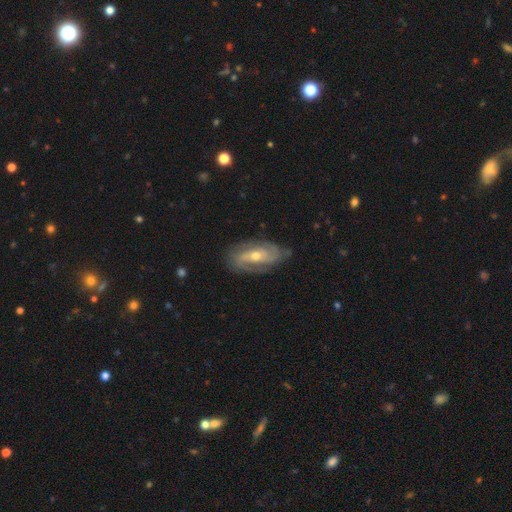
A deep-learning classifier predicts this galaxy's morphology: Smooth or featured? featured or disk (83%)
Edge-on disk? no (92%)
Bar? no (48%)
Spiral arms? yes (93%)
Spiral winding? tight (47%)
Spiral arm count? 2 (51%)
Bulge size? moderate (55%)
Merging? none (74%)